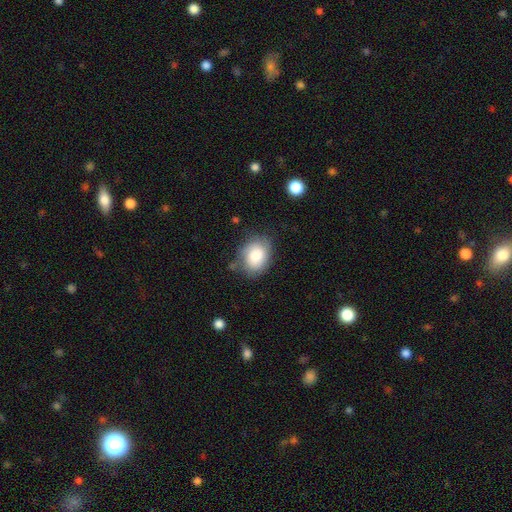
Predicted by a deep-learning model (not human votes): smooth-or-featured: smooth: 79% | featured or disk: 14% | star or artifact: 7%
  how-rounded: in between: 68% | round: 31% | cigar-shaped: 1%
  merging: none: 70% | minor disturbance: 22% | major disturbance: 6% | merger: 2%